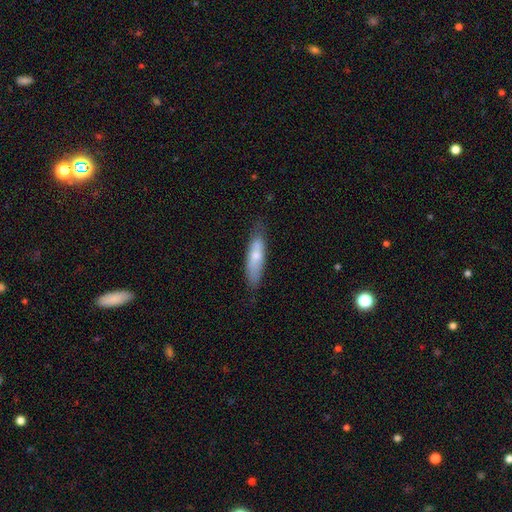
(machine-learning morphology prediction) smooth-or-featured: smooth: 65% | featured or disk: 29% | star or artifact: 6%
  how-rounded: cigar-shaped: 65% | in between: 33% | round: 2%
  merging: none: 73% | minor disturbance: 20% | major disturbance: 4% | merger: 2%